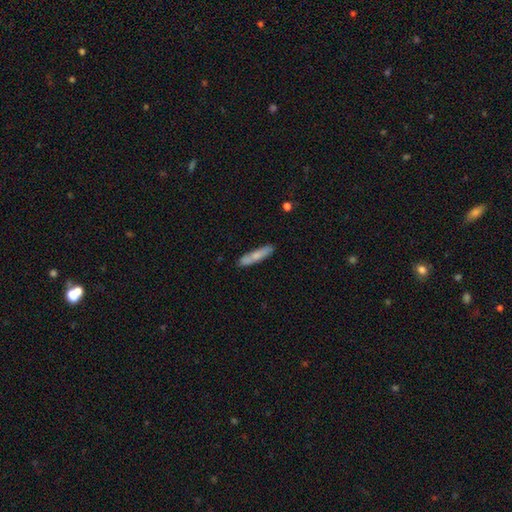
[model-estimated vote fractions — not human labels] This appears to be a smooth galaxy with no disk features (69%) that is cigar-shaped (85%). Merging: none (85%).